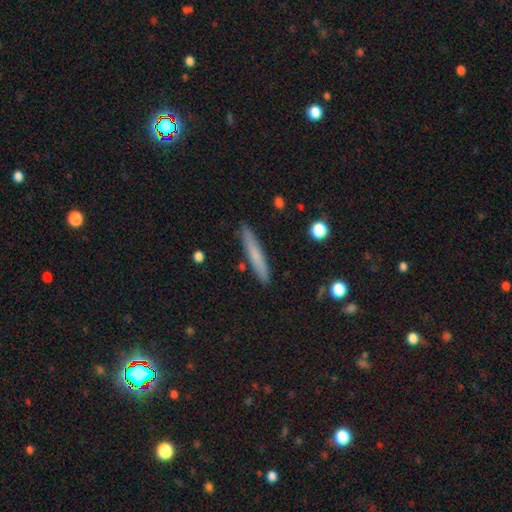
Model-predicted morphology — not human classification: This is likely a smooth galaxy (70%). How rounded: clearly cigar-shaped (95%). Merging: clearly none (88%).